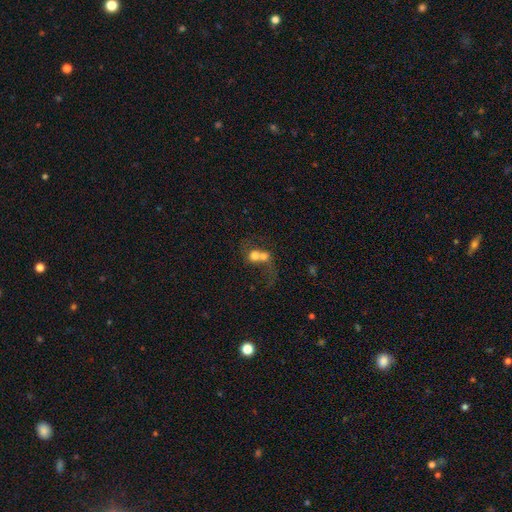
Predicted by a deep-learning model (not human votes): smooth-or-featured: smooth: 53% | featured or disk: 35% | star or artifact: 13%
  how-rounded: round: 69% | in between: 30% | cigar-shaped: 2%
  merging: merger: 75% | none: 11% | major disturbance: 9% | minor disturbance: 4%